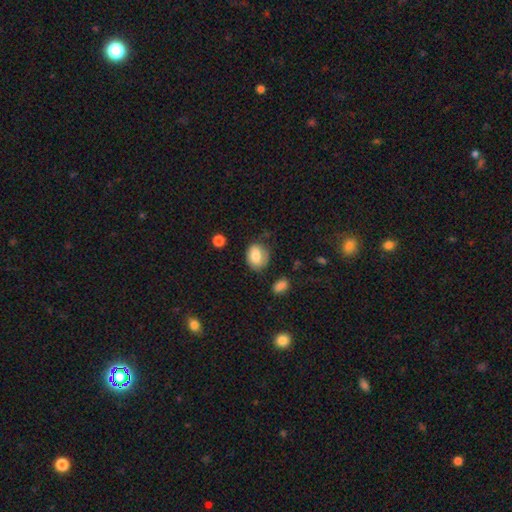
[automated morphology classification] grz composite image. It shows a smooth galaxy with no disk features (77%) that is in between round and cigar-shaped (57%). Merging: none (59%).